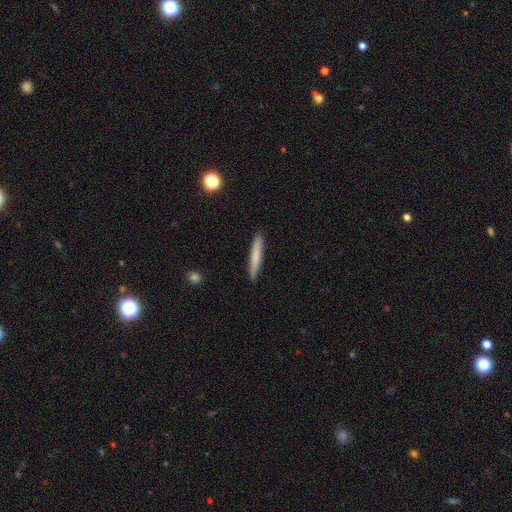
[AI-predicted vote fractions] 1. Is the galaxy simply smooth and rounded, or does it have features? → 74% smooth, 20% featured or disk, 6% star or artifact.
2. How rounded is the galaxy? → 95% cigar-shaped, 4% in between, 1% round.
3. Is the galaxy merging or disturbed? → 90% none, 7% minor disturbance, 1% major disturbance, 1% merger.